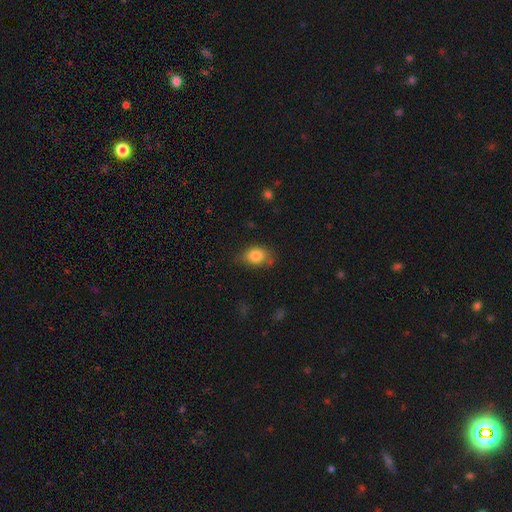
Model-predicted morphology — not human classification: Smooth or featured? Predicted: smooth (p=0.84). How rounded? Predicted: in between (p=0.72). Merging? Predicted: none (p=0.64).